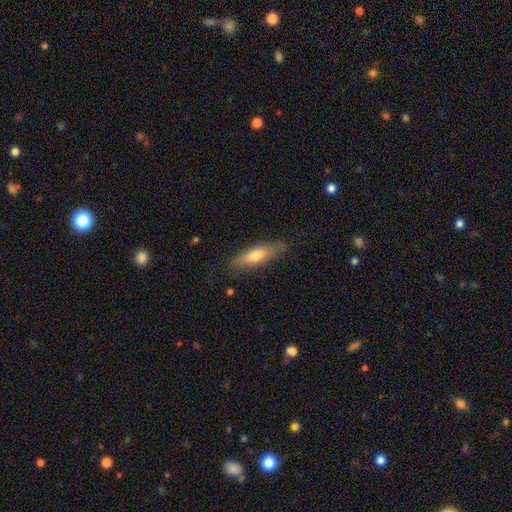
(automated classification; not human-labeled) Morphology: type=smooth (63%); roundness=cigar-shaped (57%); merging=none (79%).